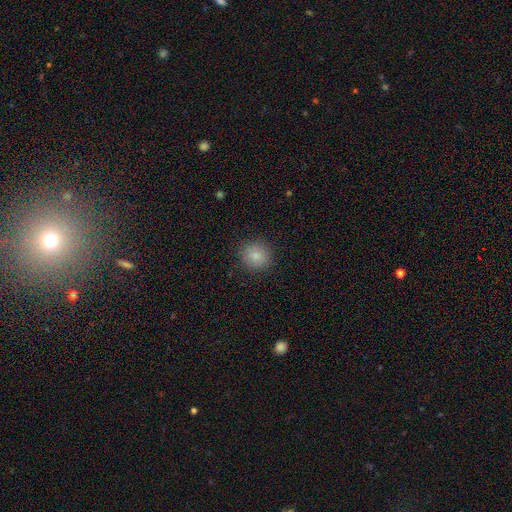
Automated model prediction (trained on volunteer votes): Overall: smooth (85%). How rounded: round (91%). Merging: none (88%).